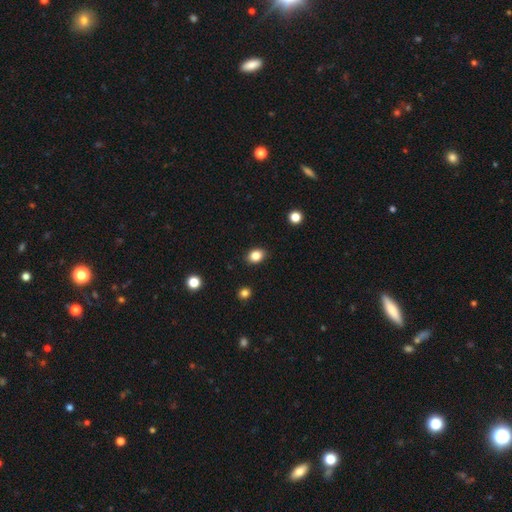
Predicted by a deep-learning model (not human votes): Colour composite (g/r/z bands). It shows a smooth galaxy with no disk features (85%) that is in between round and cigar-shaped (60%). Merging: none (89%).